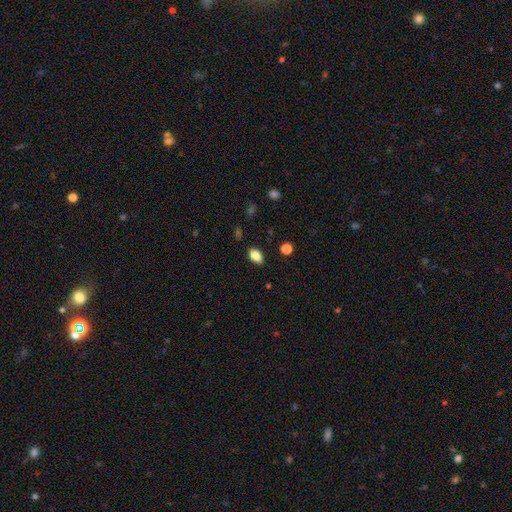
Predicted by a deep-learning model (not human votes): smooth_or_featured: smooth (p=0.83) [alt: star or artifact p=0.09]
how_rounded: in between (p=0.89) [alt: round p=0.09]
merging: none (p=0.87) [alt: minor disturbance p=0.09]